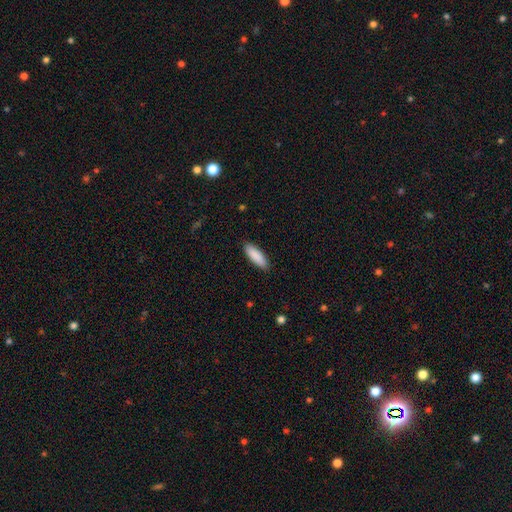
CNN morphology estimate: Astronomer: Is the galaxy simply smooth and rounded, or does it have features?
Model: smooth — 90%.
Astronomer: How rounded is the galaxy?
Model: in between — 54% (runner-up: cigar-shaped, 45%).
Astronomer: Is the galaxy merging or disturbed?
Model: none — 89%.